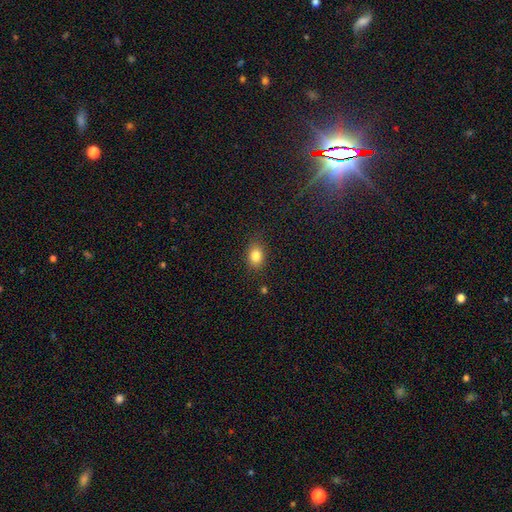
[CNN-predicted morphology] This is clearly a smooth galaxy (83%). How rounded: likely in between (62%). Merging: clearly none (85%).